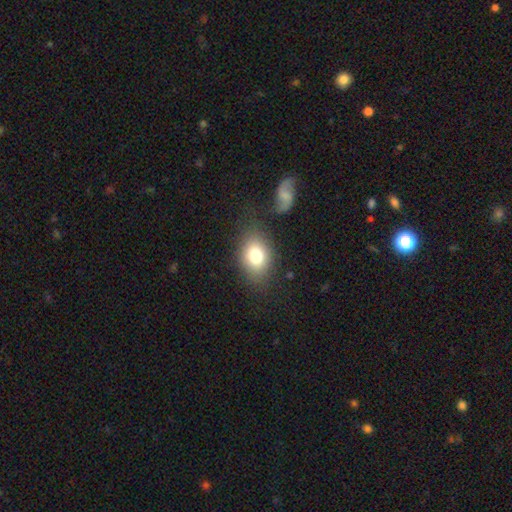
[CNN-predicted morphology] A smooth galaxy with no disk features (78%) that is in between round and cigar-shaped (69%). Merging: none (77%).